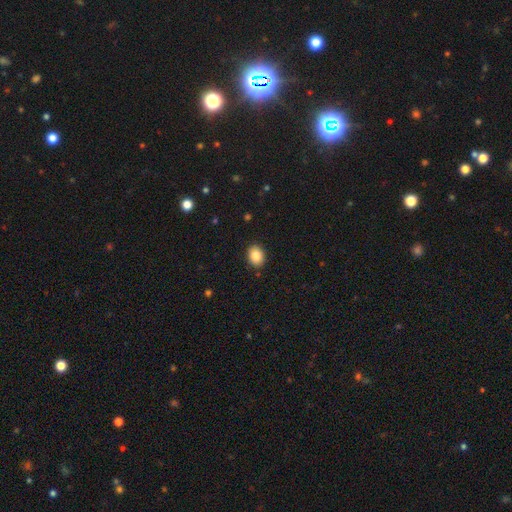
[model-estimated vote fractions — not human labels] Morphology: type=smooth (85%); roundness=in between (61%); merging=none (89%).